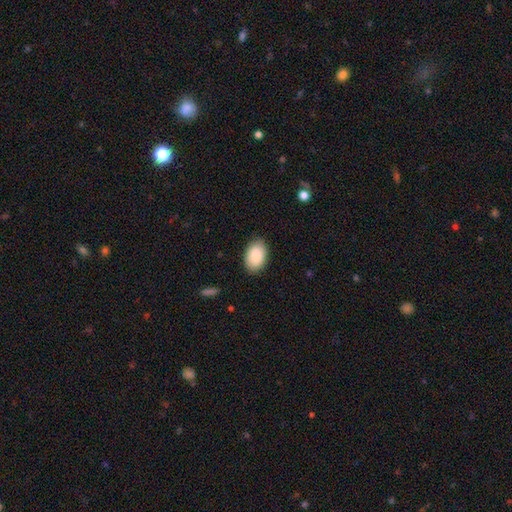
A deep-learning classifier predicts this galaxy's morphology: This appears to be a smooth galaxy with no disk features (88%) that is in between round and cigar-shaped (89%). Merging: none (86%).